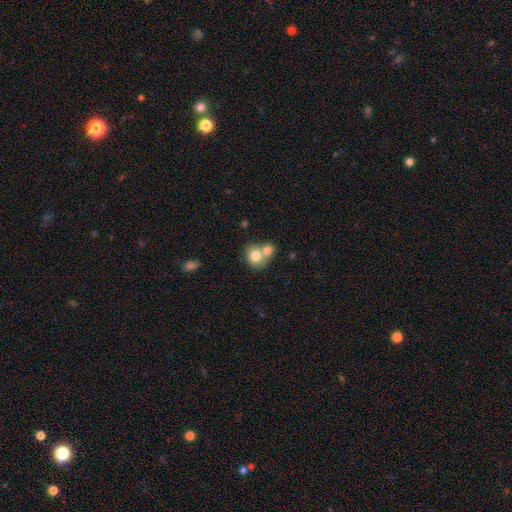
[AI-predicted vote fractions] A smooth galaxy with no disk features (75%) that is round (70%). Merging: merger (61%).